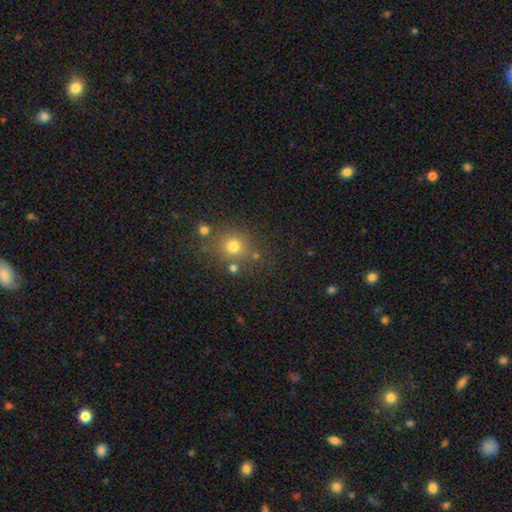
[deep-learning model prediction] Q: Smooth or featured?
A: smooth (56%); runner-up: star or artifact (33%)
Q: How rounded?
A: round (86%); runner-up: in between (13%)
Q: Merging?
A: none (73%); runner-up: merger (13%)